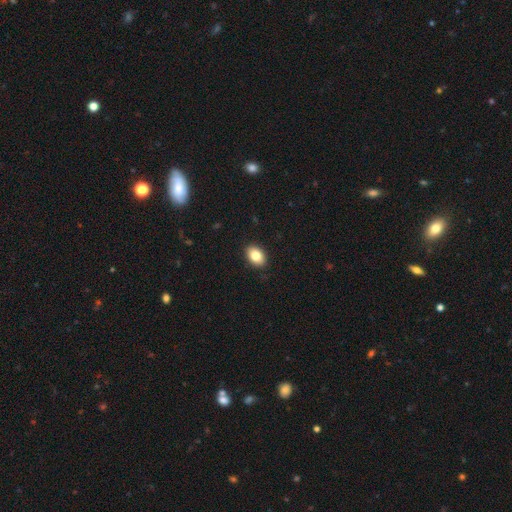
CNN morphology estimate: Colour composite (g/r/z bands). It shows a smooth galaxy with no disk features (83%) that is in between round and cigar-shaped (85%). Merging: none (90%).